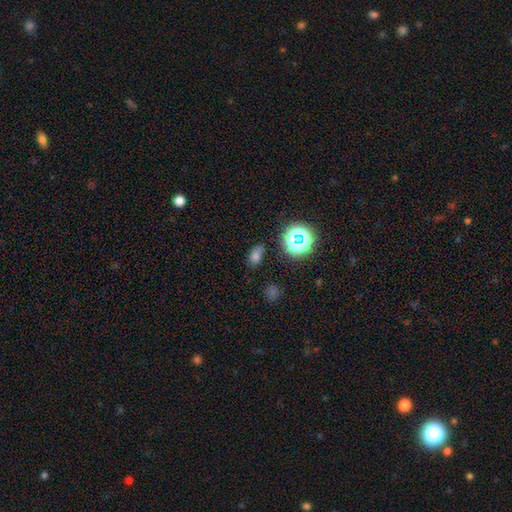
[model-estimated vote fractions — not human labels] A smooth galaxy with no disk features (63%) that is in between round and cigar-shaped (72%).

Vote fractions:
- Smooth or featured? smooth: 63% / star or artifact: 28% / featured or disk: 9%
- How rounded? in between: 72% / round: 26% / cigar-shaped: 3%
- Merging? none: 65% / minor disturbance: 20% / major disturbance: 7% / merger: 7%